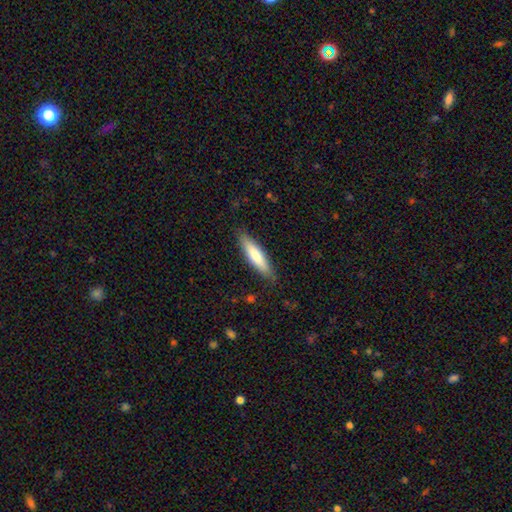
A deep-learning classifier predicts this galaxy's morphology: Q: Smooth or featured?
A: smooth (74%); runner-up: featured or disk (21%)
Q: How rounded?
A: cigar-shaped (73%); runner-up: in between (26%)
Q: Merging?
A: none (85%); runner-up: minor disturbance (12%)